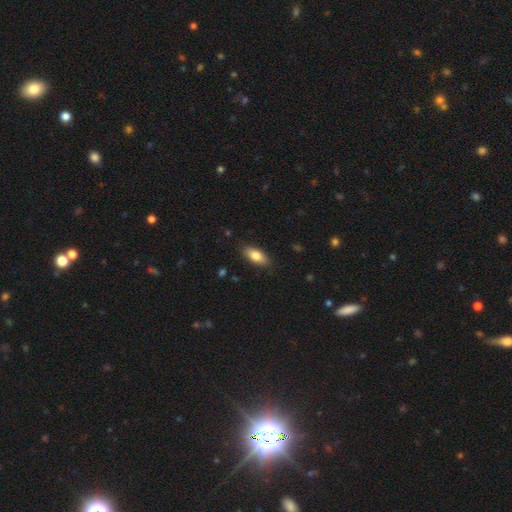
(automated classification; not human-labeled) Smooth or featured?
  - smooth: 81% *
  - featured or disk: 12%
  - star or artifact: 7%
How rounded?
  - in between: 84% *
  - cigar-shaped: 13%
  - round: 3%
Merging?
  - none: 86% *
  - minor disturbance: 11%
  - major disturbance: 2%
  - merger: 1%